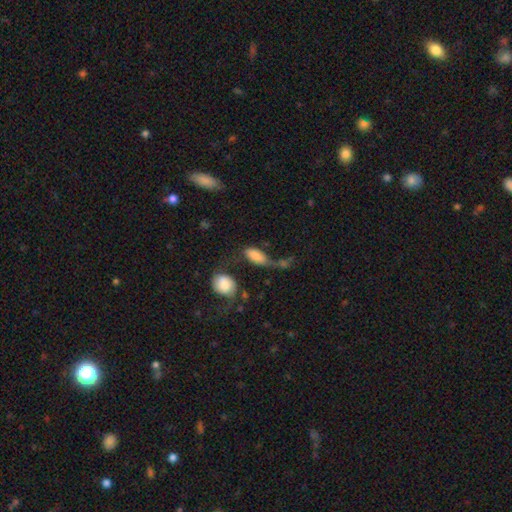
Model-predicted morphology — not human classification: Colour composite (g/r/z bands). It shows a smooth galaxy with no disk features (73%) that is in between round and cigar-shaped (88%). Merging: major disturbance (31%).